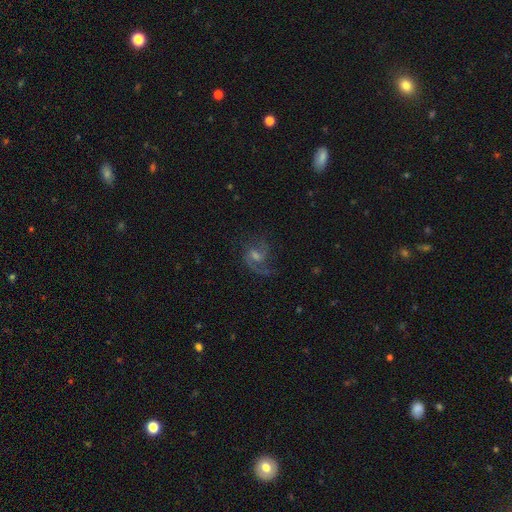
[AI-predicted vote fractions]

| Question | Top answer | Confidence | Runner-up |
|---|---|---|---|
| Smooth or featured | featured or disk | 79% | smooth (10%) |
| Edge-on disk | no | 98% | yes (2%) |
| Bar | weak | 50% | no (39%) |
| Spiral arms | yes | 95% | no (5%) |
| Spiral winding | medium | 51% | loose (34%) |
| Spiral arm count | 2 | 72% | 1 (16%) |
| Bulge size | moderate | 43% | small (41%) |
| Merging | none | 66% | minor disturbance (16%) |